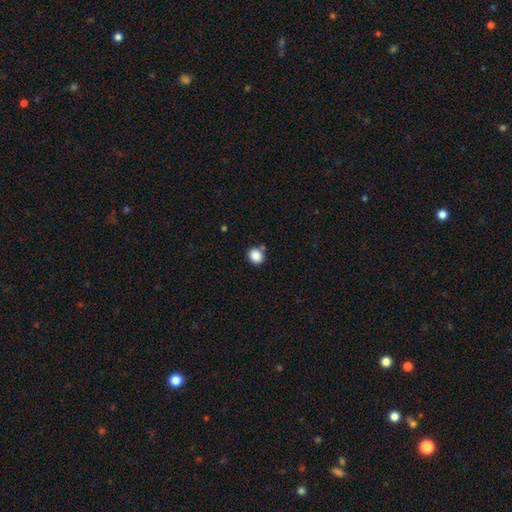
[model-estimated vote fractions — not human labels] This appears to be a smooth galaxy with no disk features (86%) that is round (80%). Merging: none (80%).